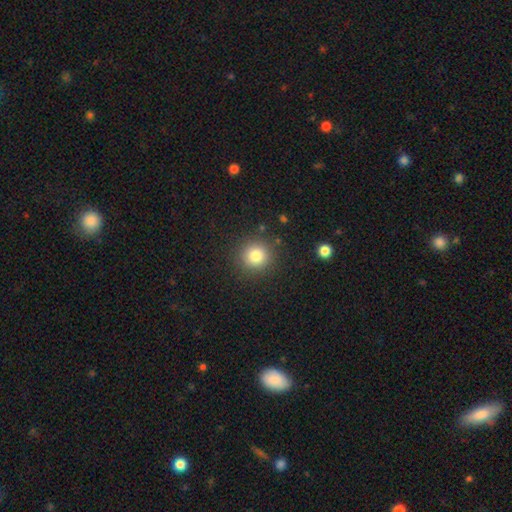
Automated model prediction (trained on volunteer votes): smooth_or_featured: smooth (p=0.82) [alt: star or artifact p=0.12]
how_rounded: round (p=0.92) [alt: in between p=0.07]
merging: none (p=0.89) [alt: minor disturbance p=0.07]